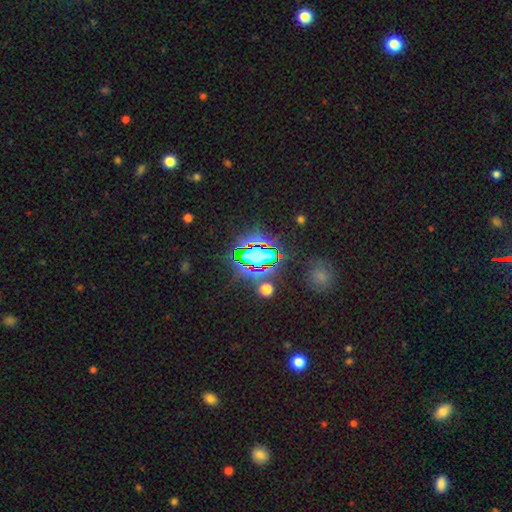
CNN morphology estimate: The model was most divided on "smooth or featured": star or artifact: 70%, smooth: 18%, featured or disk: 12%.